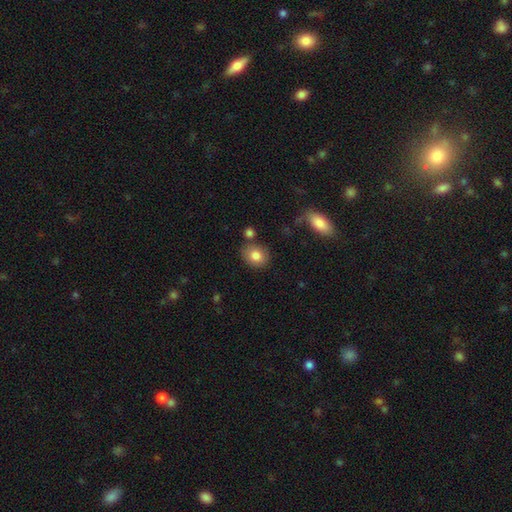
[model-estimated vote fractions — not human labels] Smooth or featured? Predicted: smooth (p=0.82). How rounded? Predicted: round (p=0.60). Merging? Predicted: none (p=0.77).